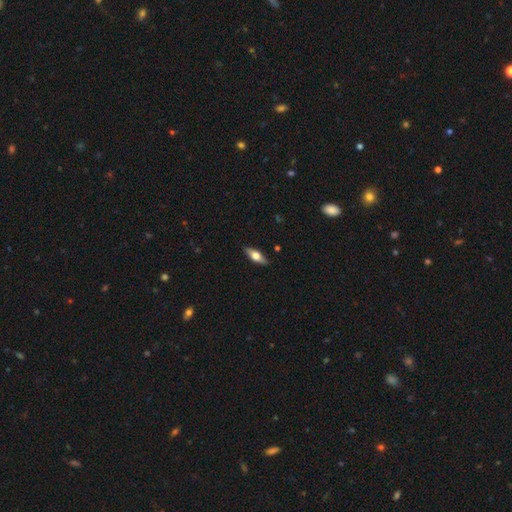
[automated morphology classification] Smooth or featured? smooth (50%)
How rounded? in between (60%)
Merging? none (88%)